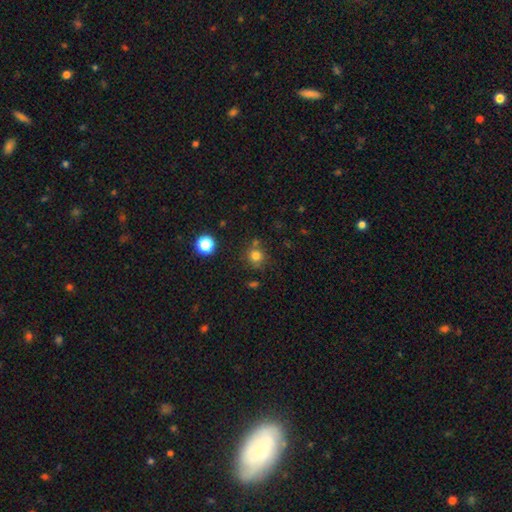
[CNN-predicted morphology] type=smooth (77%); roundness=round (89%); merging=none (72%).